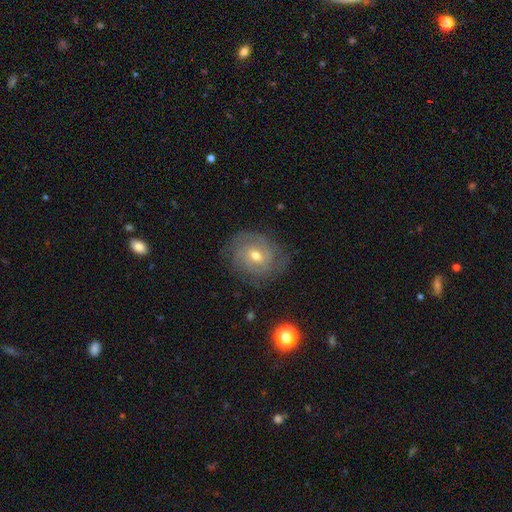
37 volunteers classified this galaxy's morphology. This is likely a featured or disk galaxy (73%). It is clearly not viewed edge-on (96%). Bar: possibly no (50%). Spiral arm pattern: clearly yes (88%). Spiral arm count: marginally 3 (39%). Spiral winding: likely tight (70%). Central bulge: likely moderate (62%). Merging: likely none (71%).